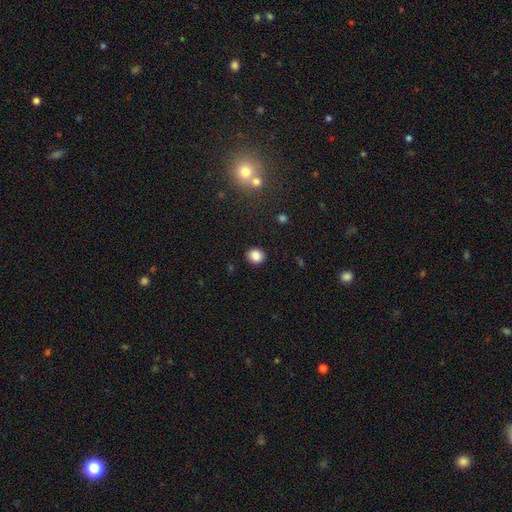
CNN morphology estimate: smooth_or_featured: smooth (p=0.86) [alt: star or artifact p=0.10]
how_rounded: round (p=0.71) [alt: in between p=0.28]
merging: none (p=0.90) [alt: minor disturbance p=0.07]